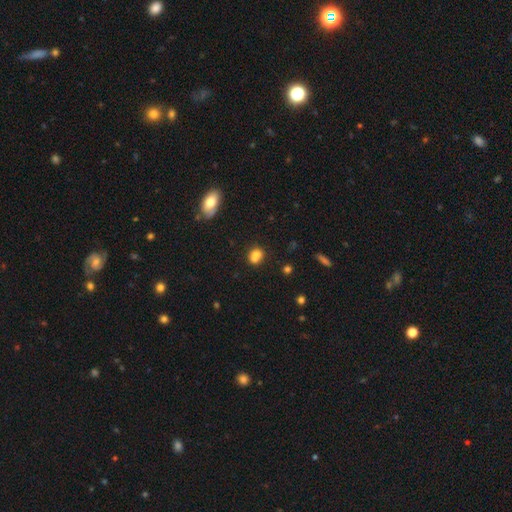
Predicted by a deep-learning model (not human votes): smooth-or-featured: smooth: 75% | featured or disk: 13% | star or artifact: 12%
  how-rounded: round: 57% | in between: 42% | cigar-shaped: 2%
  merging: merger: 47% | none: 38% | minor disturbance: 11% | major disturbance: 4%